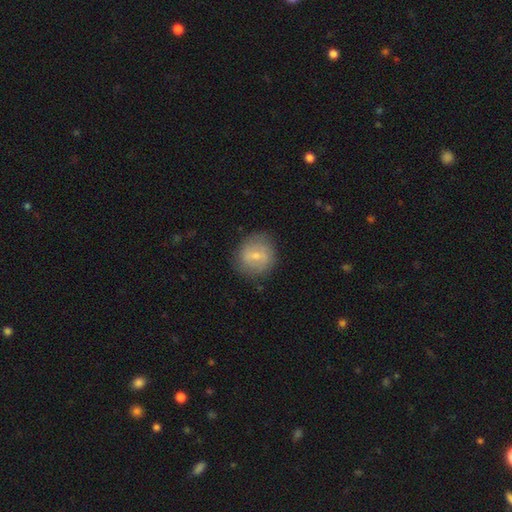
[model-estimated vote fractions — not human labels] The model was most divided on "smooth or featured": smooth: 54%, featured or disk: 38%, star or artifact: 8%. More confident: how rounded — round (85%); merging — none (79%).